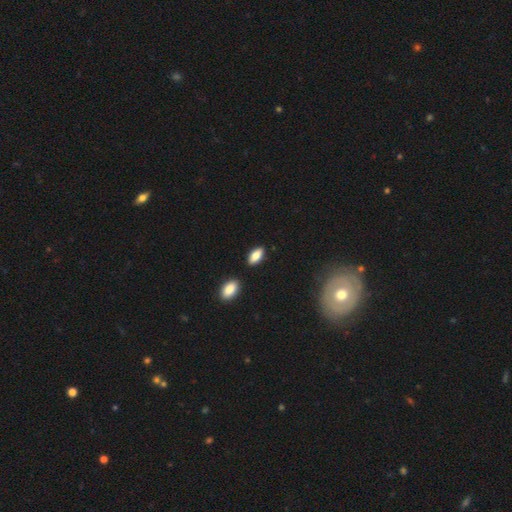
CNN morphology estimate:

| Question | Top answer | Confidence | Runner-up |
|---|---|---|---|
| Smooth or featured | smooth | 82% | featured or disk (12%) |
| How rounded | in between | 85% | cigar-shaped (12%) |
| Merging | none | 84% | minor disturbance (9%) |